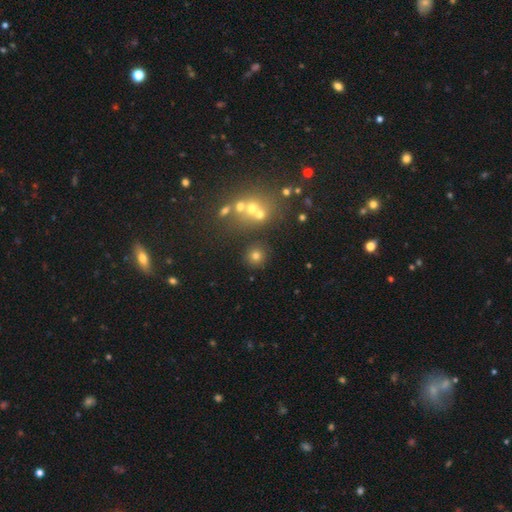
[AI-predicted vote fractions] Smooth or featured? Predicted: smooth (p=0.71). How rounded? Predicted: round (p=0.92). Merging? Predicted: none (p=0.82).